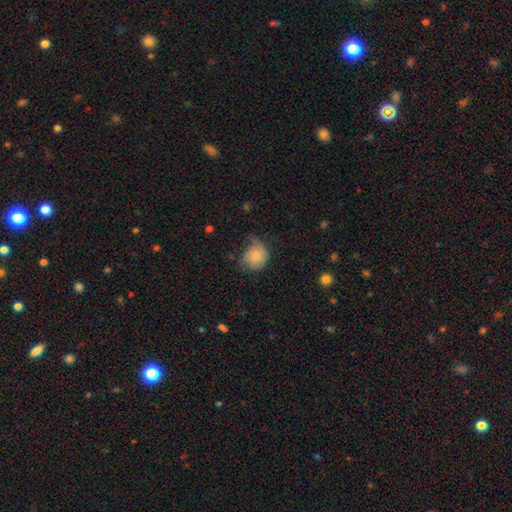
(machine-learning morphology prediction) type=smooth (73%); roundness=round (76%); merging=minor disturbance (41%).